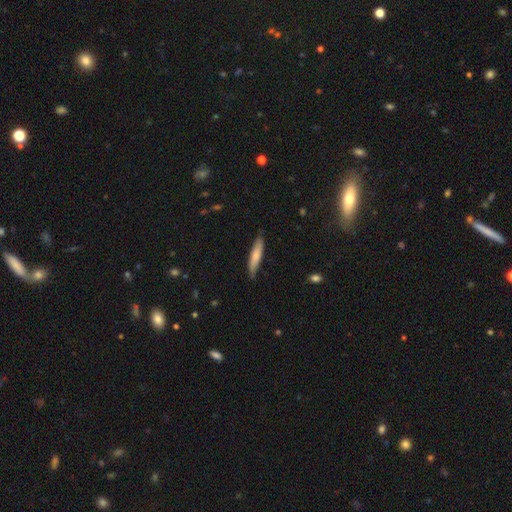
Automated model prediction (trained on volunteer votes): smooth 74%, featured or disk 21%, star or artifact 5%. Down the decision tree: how rounded — cigar-shaped (86%); merging — none (82%).